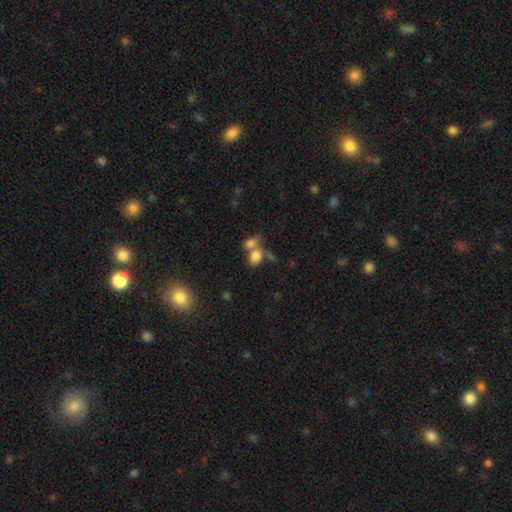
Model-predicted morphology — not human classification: smooth_or_featured: smooth (p=0.78) [alt: featured or disk p=0.11]
how_rounded: in between (p=0.75) [alt: round p=0.23]
merging: merger (p=0.52) [alt: none p=0.33]